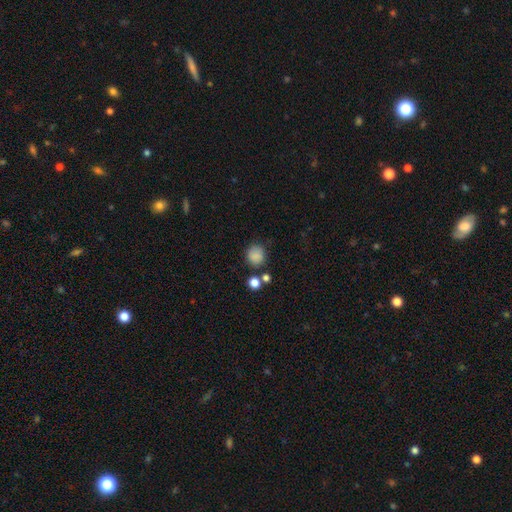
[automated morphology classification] The model was most divided on "merging": none: 74%, minor disturbance: 13%, merger: 9%, major disturbance: 4%. More confident: how rounded — round (85%); smooth or featured — smooth (84%).